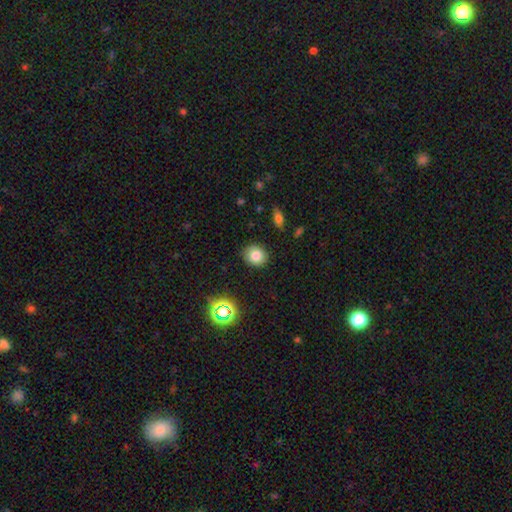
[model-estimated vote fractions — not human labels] Morphology: type=smooth (78%); roundness=round (70%); merging=none (88%).